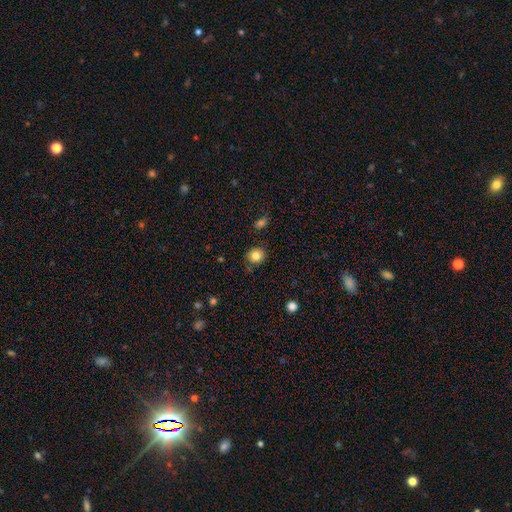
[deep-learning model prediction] Smooth or featured?
  - smooth: 83% *
  - star or artifact: 10%
  - featured or disk: 7%
How rounded?
  - round: 79% *
  - in between: 20%
  - cigar-shaped: 1%
Merging?
  - none: 83% *
  - minor disturbance: 12%
  - major disturbance: 3%
  - merger: 2%